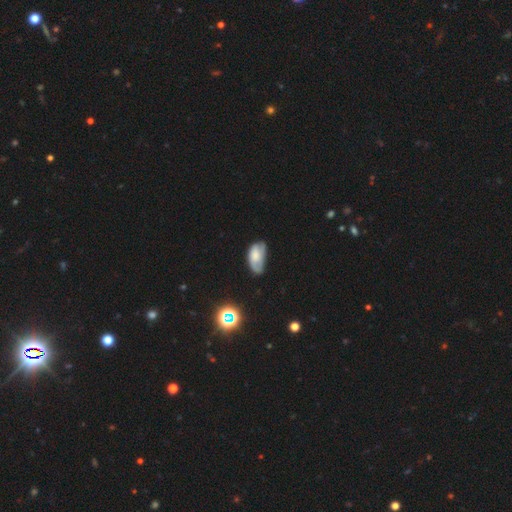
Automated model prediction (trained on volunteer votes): Smooth or featured? smooth (57%)
How rounded? in between (93%)
Merging? none (40%)